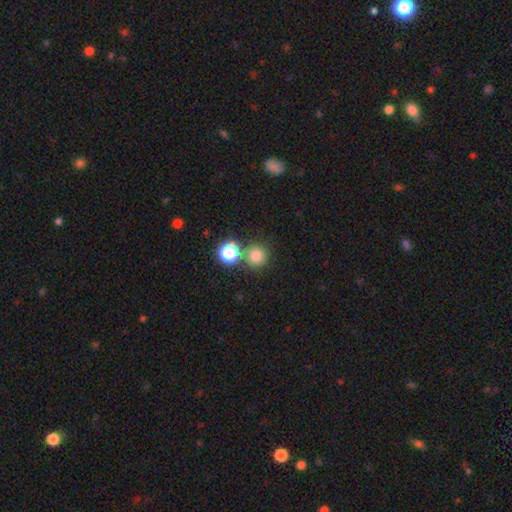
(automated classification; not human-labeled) Overall: smooth (76%). How rounded: round (93%). Merging: none (73%).